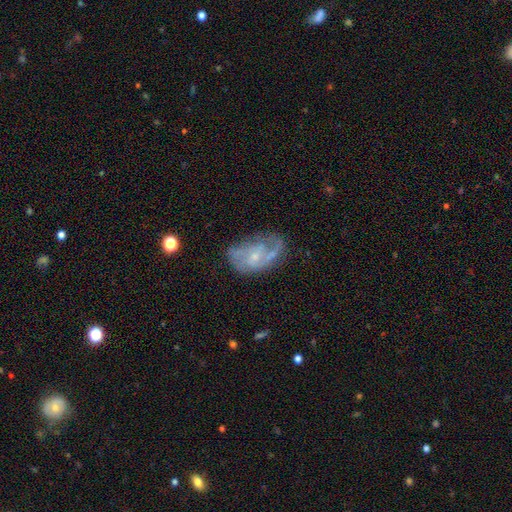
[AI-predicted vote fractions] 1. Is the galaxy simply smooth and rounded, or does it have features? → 72% featured or disk, 20% smooth, 8% star or artifact.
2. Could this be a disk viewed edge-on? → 96% no, 4% yes.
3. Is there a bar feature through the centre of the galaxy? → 62% no, 32% weak, 6% strong.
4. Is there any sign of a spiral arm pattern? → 78% yes, 22% no.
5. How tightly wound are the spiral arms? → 42% medium, 32% loose, 26% tight.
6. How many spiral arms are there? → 44% 2, 28% can't tell, 16% 1, 8% 3, 3% 4, 2% more than 4.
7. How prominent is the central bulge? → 70% small, 20% moderate, 8% none, 1% large, 1% dominant.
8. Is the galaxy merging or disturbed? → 45% none, 26% minor disturbance, 24% major disturbance, 4% merger.